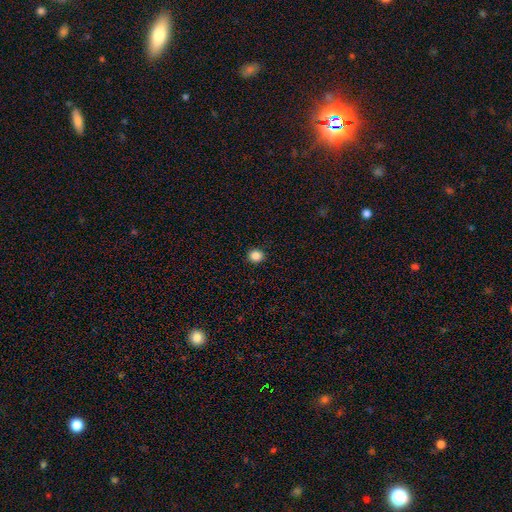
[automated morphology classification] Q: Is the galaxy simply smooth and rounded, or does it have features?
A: smooth — 86%.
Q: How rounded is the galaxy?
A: round — 87%.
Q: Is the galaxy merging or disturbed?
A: none — 92%.